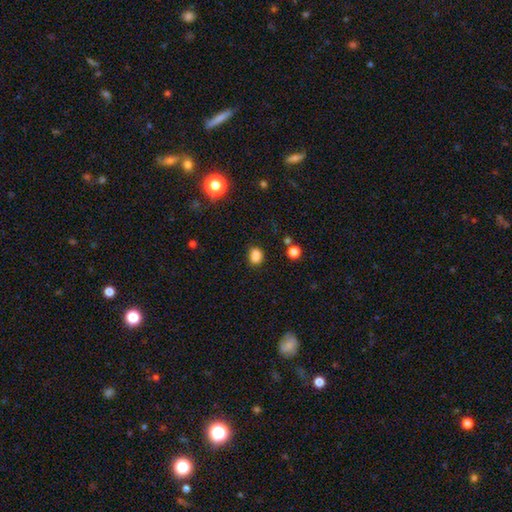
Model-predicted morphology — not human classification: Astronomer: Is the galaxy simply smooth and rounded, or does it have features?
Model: smooth — 79%.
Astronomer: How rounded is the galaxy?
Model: round — 50% (runner-up: in between, 49%).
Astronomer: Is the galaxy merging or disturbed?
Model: none — 58%.